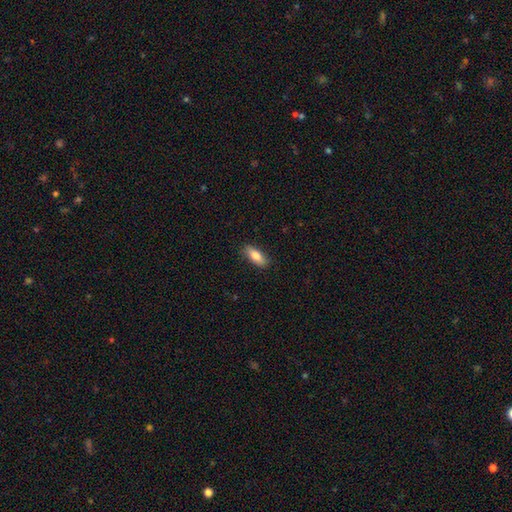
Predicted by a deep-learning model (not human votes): Smooth or featured: smooth — 79% (featured or disk — 15%)
How rounded: in between — 74% (cigar-shaped — 24%)
Merging: none — 87% (minor disturbance — 10%)